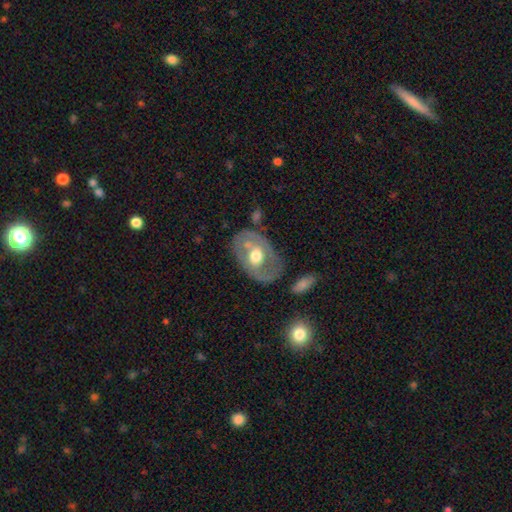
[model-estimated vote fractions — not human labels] Smooth or featured? Predicted: featured or disk (p=0.63). Edge-on disk? Predicted: no (p=0.92). Bar? Predicted: no (p=0.70). Spiral arms? Predicted: no (p=0.66). Bulge size? Predicted: moderate (p=0.66). Merging? Predicted: none (p=0.65).